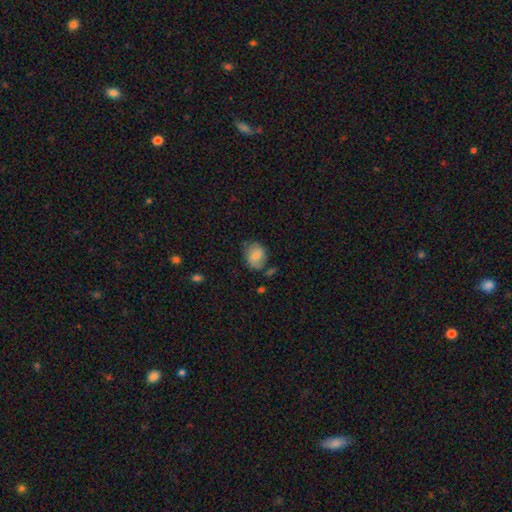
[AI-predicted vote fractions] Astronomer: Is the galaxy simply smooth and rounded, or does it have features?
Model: smooth — 76%.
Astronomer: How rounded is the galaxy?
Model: round — 50% (runner-up: in between, 49%).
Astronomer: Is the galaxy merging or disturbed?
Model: none — 66%.